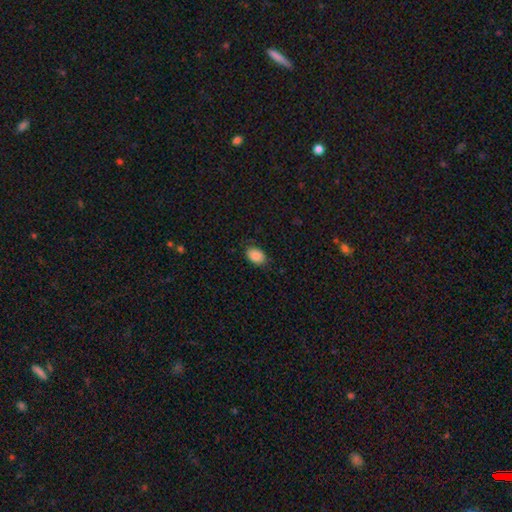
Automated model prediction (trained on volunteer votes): Q: Smooth or featured?
A: smooth (88%); runner-up: star or artifact (8%)
Q: How rounded?
A: in between (84%); runner-up: round (15%)
Q: Merging?
A: none (80%); runner-up: minor disturbance (16%)